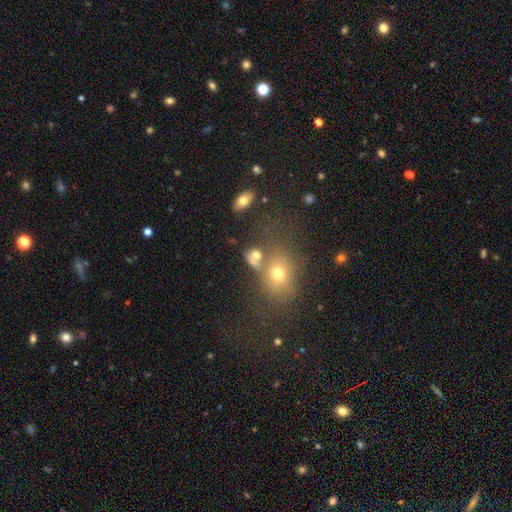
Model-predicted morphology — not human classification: Overall: smooth (68%). How rounded: round (51%; in between 47%). Merging: none (46%; merger 32%).